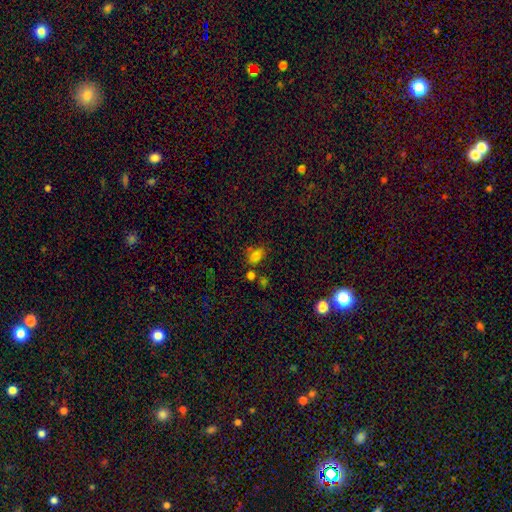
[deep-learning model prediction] Smooth or featured? Predicted: smooth (p=0.76). How rounded? Predicted: in between (p=0.77). Merging? Predicted: none (p=0.64).